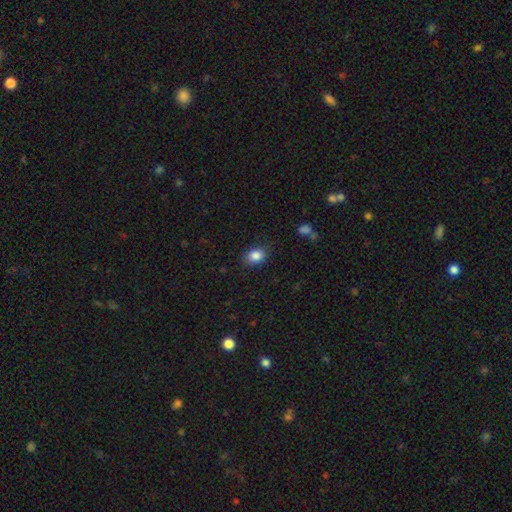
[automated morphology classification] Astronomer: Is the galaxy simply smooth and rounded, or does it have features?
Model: smooth — 86%.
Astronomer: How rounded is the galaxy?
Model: in between — 59% (runner-up: round, 40%).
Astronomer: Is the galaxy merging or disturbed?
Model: none — 83%.